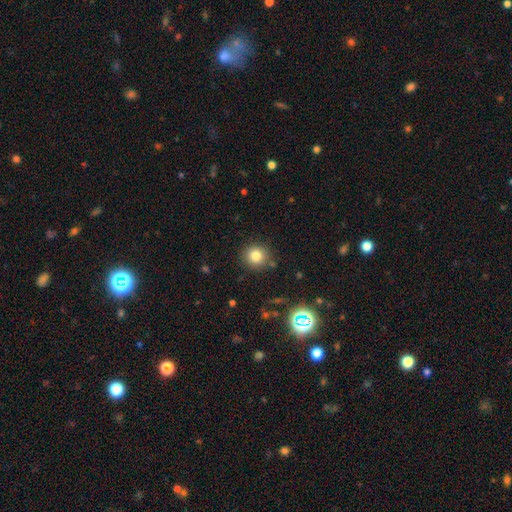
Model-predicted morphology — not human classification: smooth 80%, star or artifact 13%, featured or disk 7%. Down the decision tree: how rounded — round (92%); merging — none (86%).